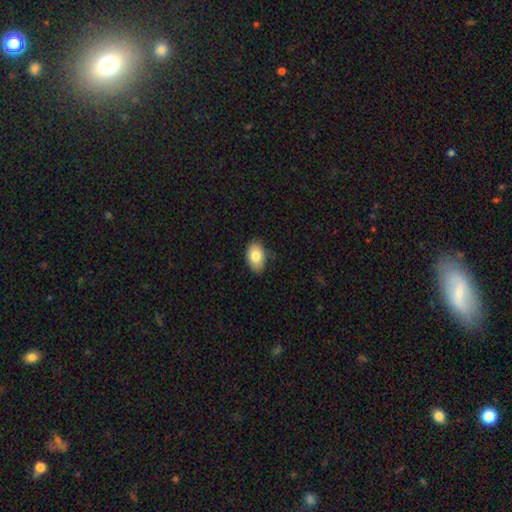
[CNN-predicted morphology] Smooth or featured? Predicted: smooth (p=0.83). How rounded? Predicted: in between (p=0.89). Merging? Predicted: none (p=0.84).